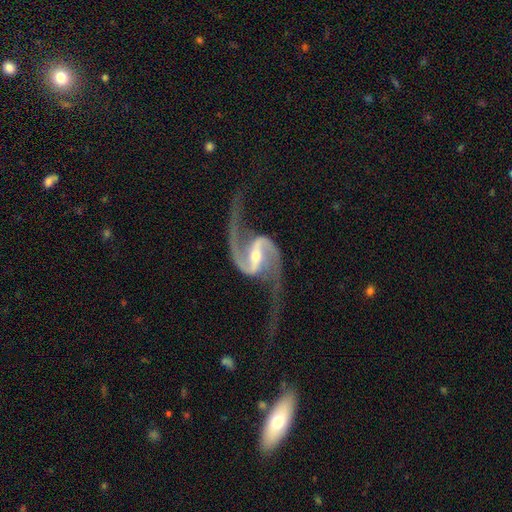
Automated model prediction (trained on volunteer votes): This appears to be a featured or disk galaxy (95%) with a strong bar (63%), 2 (95%) loose (65%) spiral arms (98%) and a moderate central bulge (51%). Merging: none (65%).